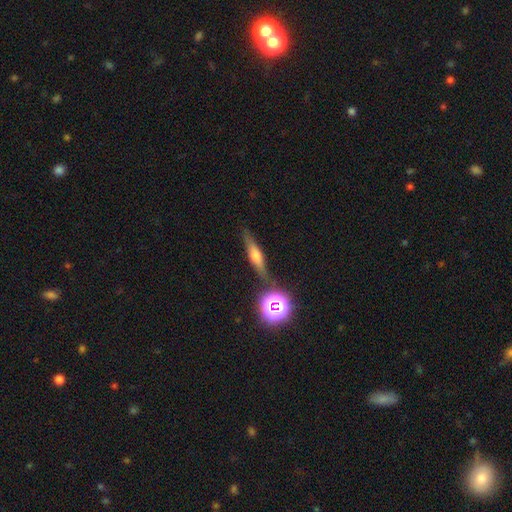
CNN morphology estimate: featured or disk 50%, smooth 38%, star or artifact 13%. Down the decision tree: merging — none (79%).